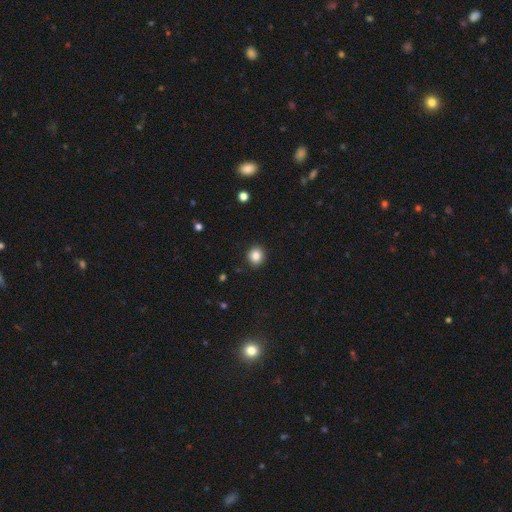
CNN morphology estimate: The model was most divided on "how rounded": round: 81%, in between: 18%, cigar-shaped: 1%. More confident: merging — none (91%); smooth or featured — smooth (85%).